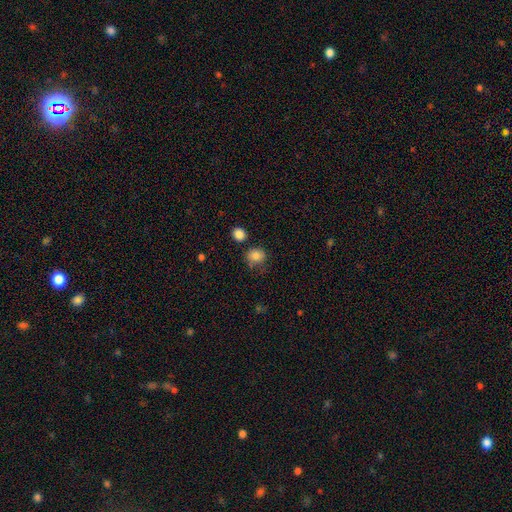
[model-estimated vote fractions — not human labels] Morphology: type=smooth (84%); roundness=round (74%); merging=none (69%).